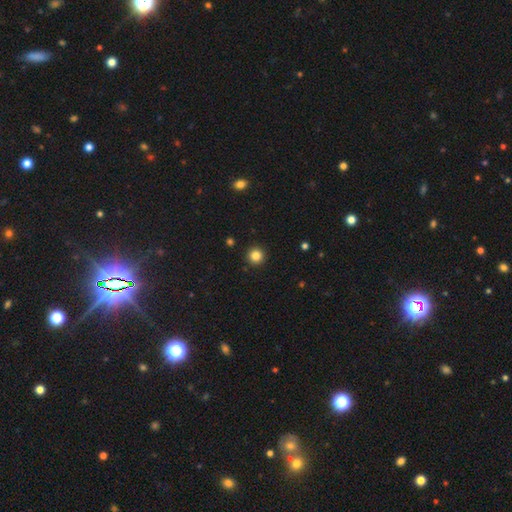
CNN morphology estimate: This appears to be a smooth galaxy with no disk features (84%) that is round (96%). Merging: none (93%).